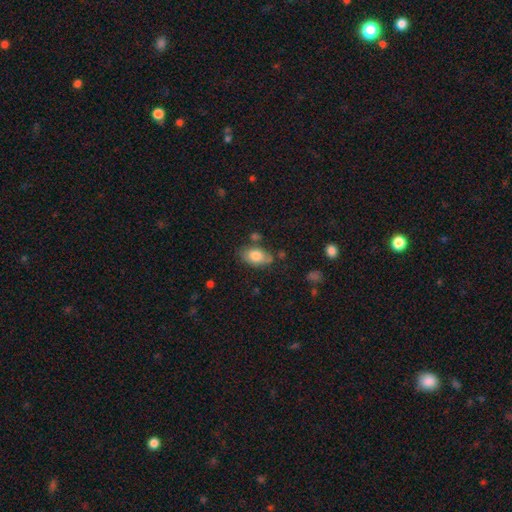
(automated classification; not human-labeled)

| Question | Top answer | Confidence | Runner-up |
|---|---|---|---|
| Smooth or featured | smooth | 80% | featured or disk (13%) |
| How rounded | in between | 90% | round (8%) |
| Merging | none | 67% | minor disturbance (21%) |